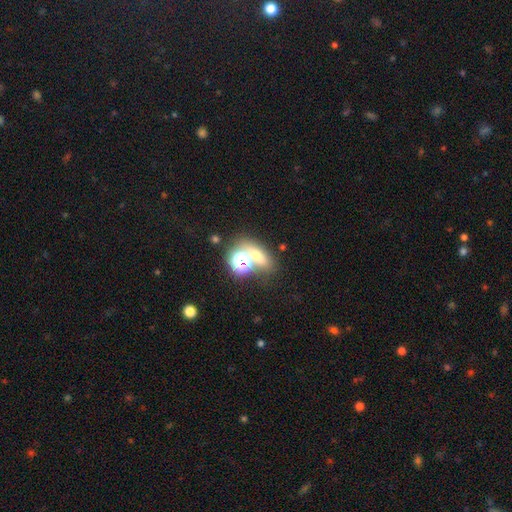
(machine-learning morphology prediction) The model was most divided on "how rounded": in between: 54%, round: 39%, cigar-shaped: 7%. More confident: merging — none (56%); smooth or featured — smooth (51%).